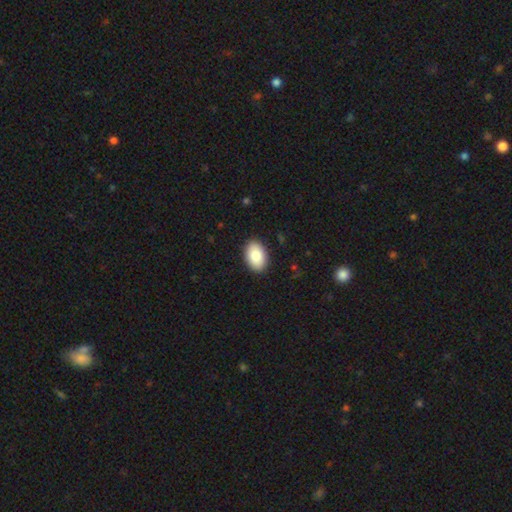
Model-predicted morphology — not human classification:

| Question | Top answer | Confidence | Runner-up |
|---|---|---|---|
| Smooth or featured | smooth | 86% | featured or disk (7%) |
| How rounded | in between | 90% | round (9%) |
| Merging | none | 90% | minor disturbance (7%) |